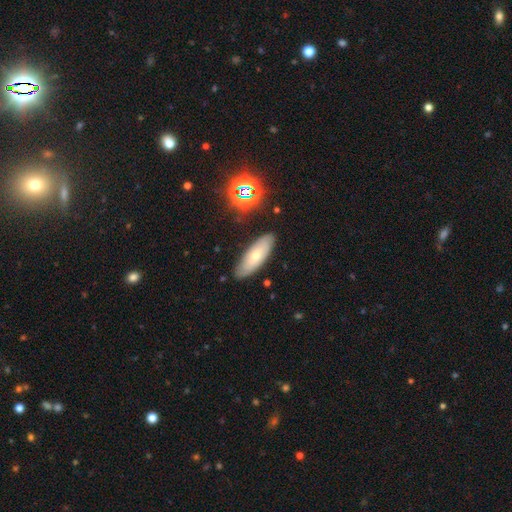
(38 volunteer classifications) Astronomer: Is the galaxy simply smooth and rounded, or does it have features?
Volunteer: smooth — 50% (runner-up: featured or disk, 45%).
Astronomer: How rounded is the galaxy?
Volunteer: in between — 68%.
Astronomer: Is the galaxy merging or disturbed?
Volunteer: none — 89%.